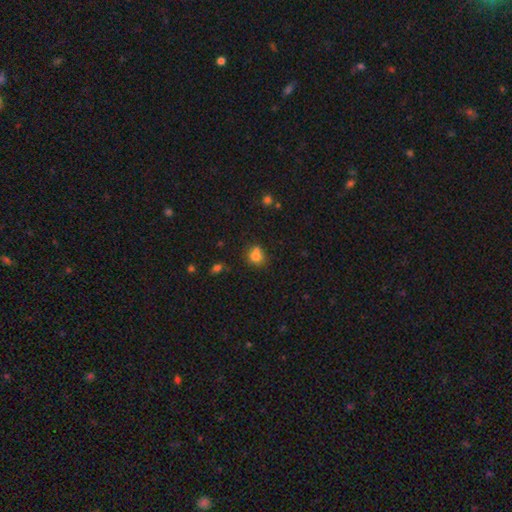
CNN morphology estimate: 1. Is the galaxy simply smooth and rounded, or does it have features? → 77% smooth, 13% star or artifact, 10% featured or disk.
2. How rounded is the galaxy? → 71% round, 28% in between, 1% cigar-shaped.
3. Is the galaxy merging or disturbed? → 52% none, 22% merger, 19% minor disturbance, 6% major disturbance.